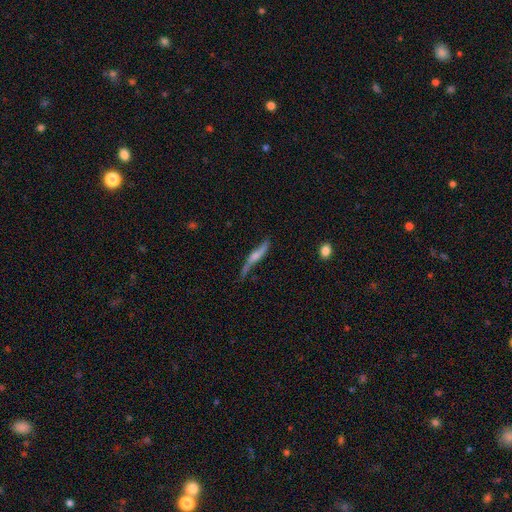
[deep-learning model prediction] Smooth or featured: featured or disk — 68% (smooth — 26%)
Edge-on disk: yes — 68% (no — 32%)
Merging: none — 56% (minor disturbance — 27%)